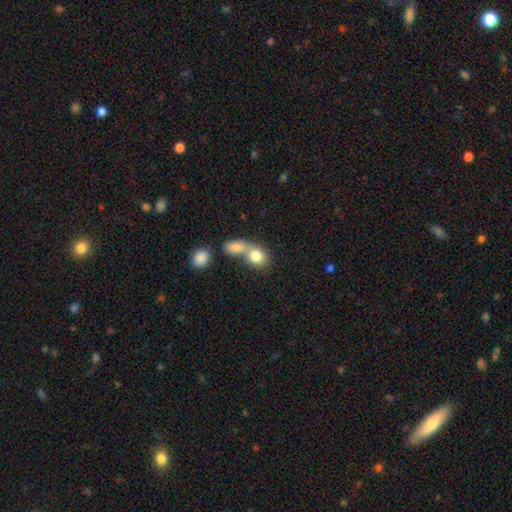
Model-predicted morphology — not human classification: Overall: smooth (80%). How rounded: round (56%; in between 42%). Merging: merger (59%; none 30%).